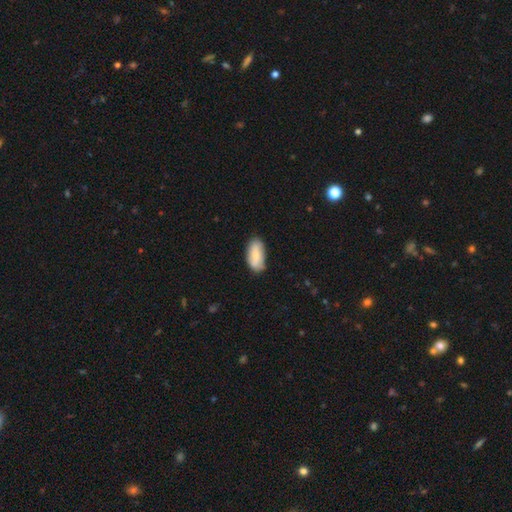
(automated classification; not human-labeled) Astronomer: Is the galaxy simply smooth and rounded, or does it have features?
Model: smooth — 80%.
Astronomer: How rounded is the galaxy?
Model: in between — 91%.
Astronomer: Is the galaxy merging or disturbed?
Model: none — 77%.